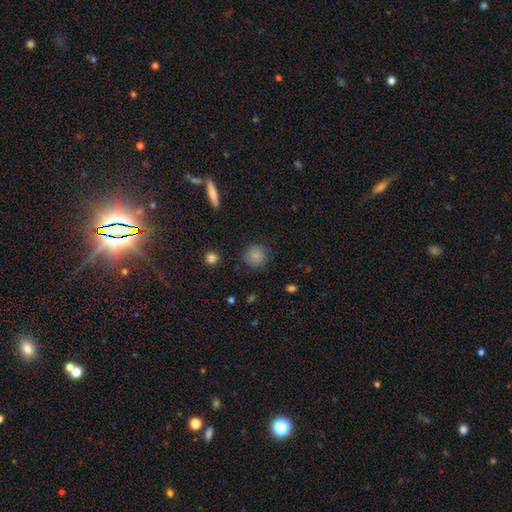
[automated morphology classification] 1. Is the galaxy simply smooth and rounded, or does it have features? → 83% smooth, 10% star or artifact, 7% featured or disk.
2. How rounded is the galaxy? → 91% round, 8% in between, 1% cigar-shaped.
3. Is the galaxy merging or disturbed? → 82% none, 13% minor disturbance, 4% major disturbance, 1% merger.